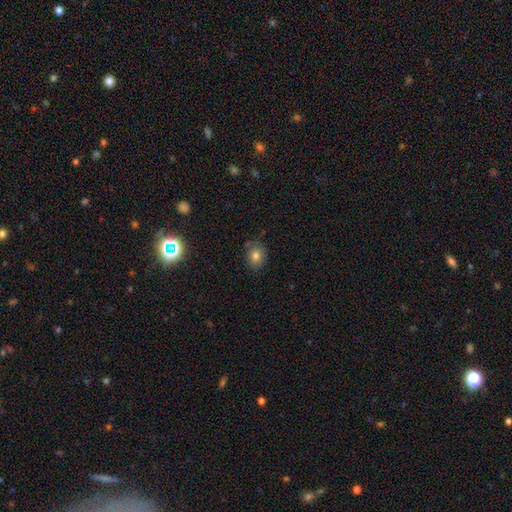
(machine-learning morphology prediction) The model was most divided on "how rounded": round: 51%, in between: 48%, cigar-shaped: 1%. More confident: smooth or featured — smooth (78%); merging — none (77%).